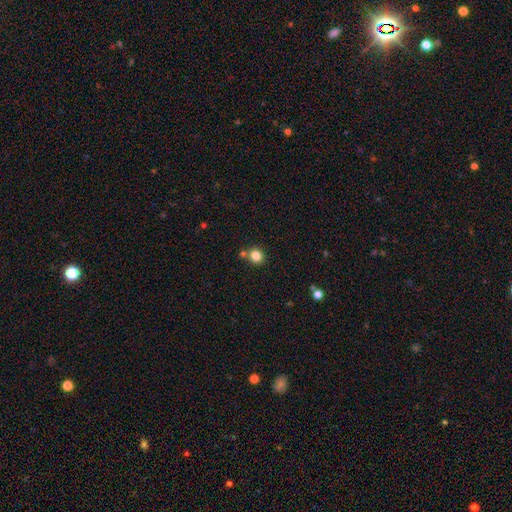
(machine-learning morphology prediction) This is clearly a smooth galaxy (83%). How rounded: clearly round (85%). Merging: likely none (74%).